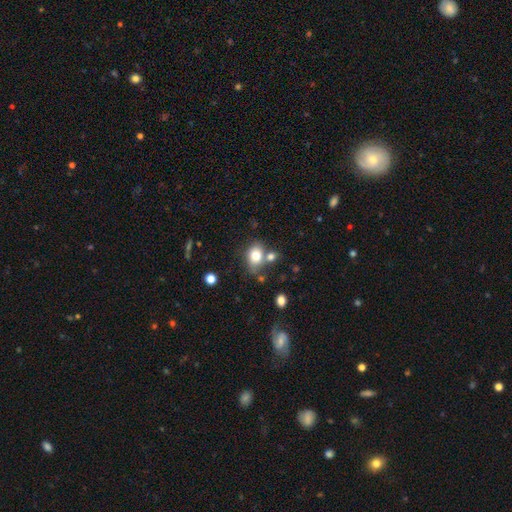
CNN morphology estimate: Smooth or featured?
  - smooth: 78% *
  - featured or disk: 12%
  - star or artifact: 10%
How rounded?
  - in between: 63% *
  - round: 36%
  - cigar-shaped: 1%
Merging?
  - none: 55% *
  - merger: 23%
  - minor disturbance: 16%
  - major disturbance: 6%